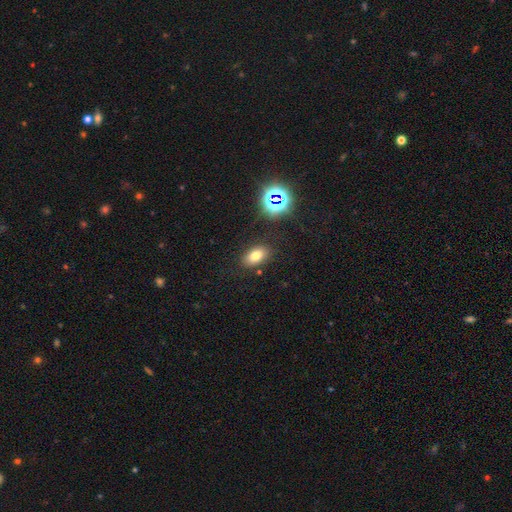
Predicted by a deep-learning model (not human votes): smooth 71%, star or artifact 17%, featured or disk 12%. Down the decision tree: how rounded — in between (87%); merging — none (84%).